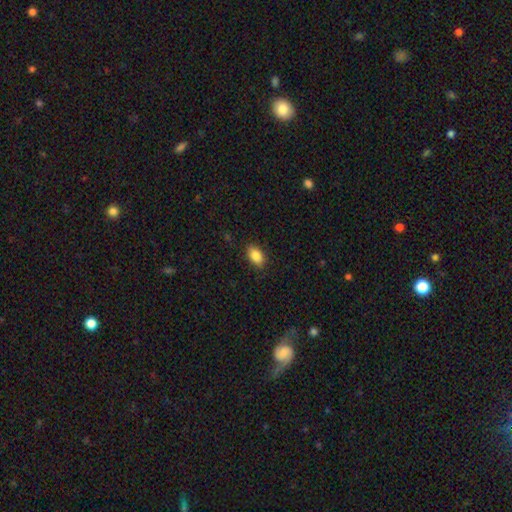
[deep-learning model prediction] Q: Smooth or featured?
A: smooth (86%); runner-up: star or artifact (8%)
Q: How rounded?
A: in between (89%); runner-up: round (8%)
Q: Merging?
A: none (87%); runner-up: minor disturbance (10%)